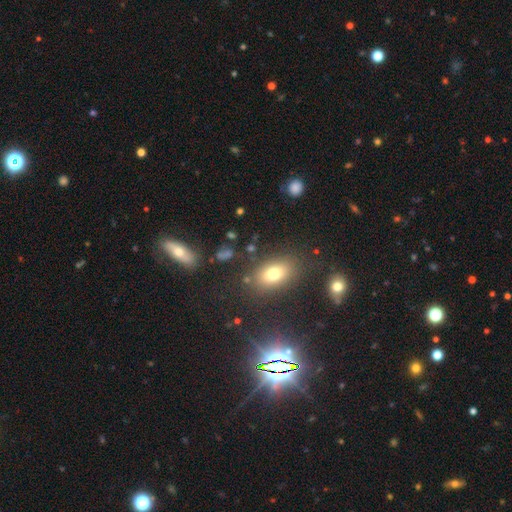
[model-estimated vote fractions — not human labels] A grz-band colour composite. It shows a smooth galaxy with no disk features (47%). Merging: none (78%).